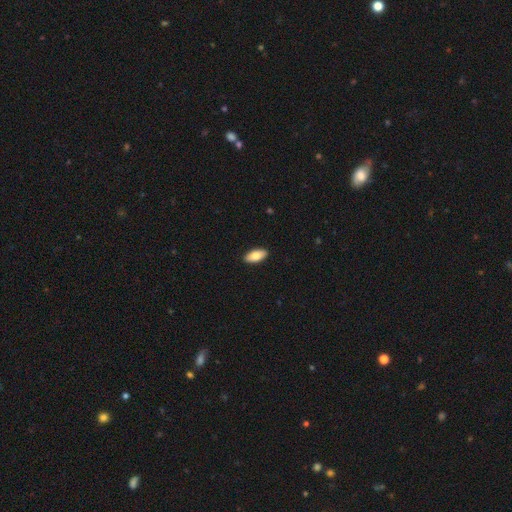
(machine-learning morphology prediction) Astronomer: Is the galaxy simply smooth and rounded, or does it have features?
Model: smooth — 84%.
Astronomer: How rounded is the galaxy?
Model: in between — 89%.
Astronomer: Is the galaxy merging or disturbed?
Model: none — 91%.